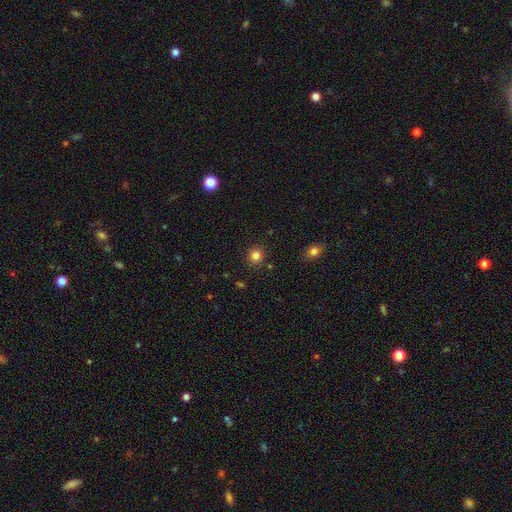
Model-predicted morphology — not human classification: This appears to be a smooth galaxy with no disk features (83%) that is round (89%). Merging: none (88%).